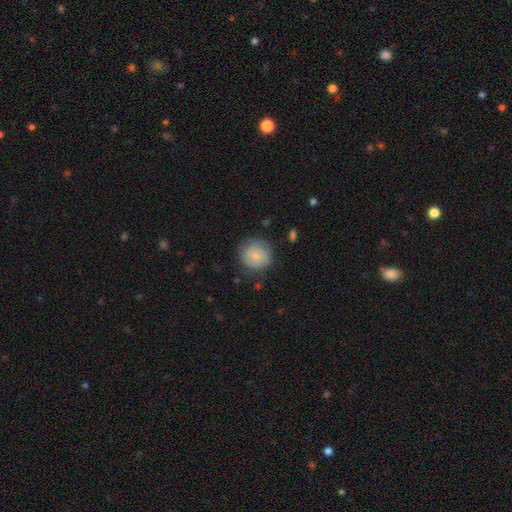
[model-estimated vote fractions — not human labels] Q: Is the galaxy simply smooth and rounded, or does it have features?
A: smooth — 73%.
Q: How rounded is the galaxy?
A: round — 89%.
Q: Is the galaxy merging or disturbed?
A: none — 77%.